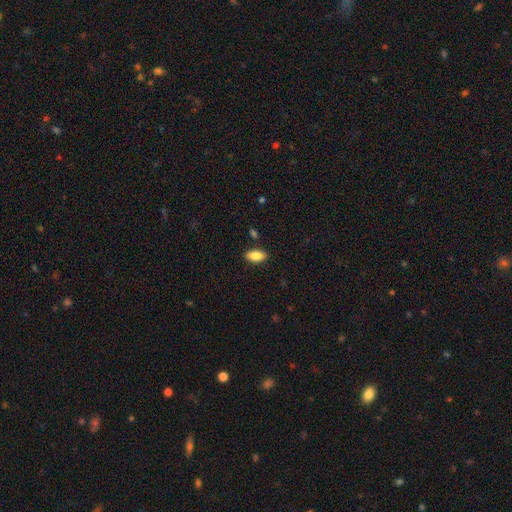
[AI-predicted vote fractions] Smooth or featured? Predicted: smooth (p=0.86). How rounded? Predicted: in between (p=0.89). Merging? Predicted: none (p=0.86).